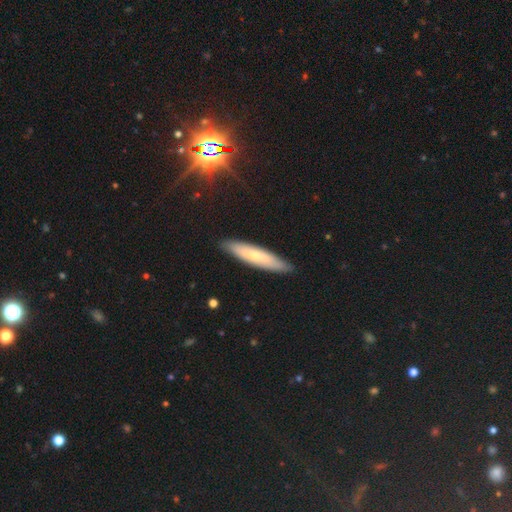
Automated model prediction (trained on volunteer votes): This appears to be a smooth galaxy with no disk features (54%) that is cigar-shaped (81%). Merging: none (87%).